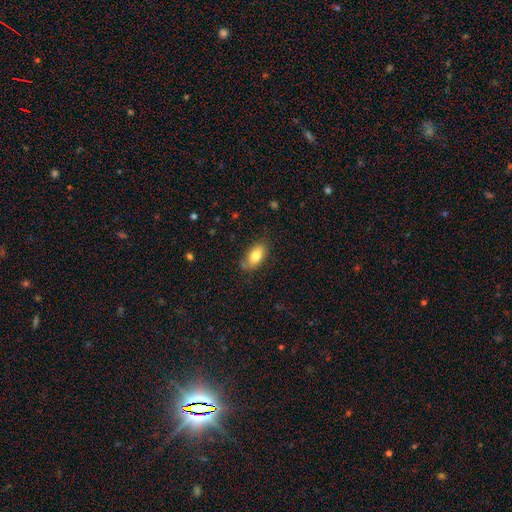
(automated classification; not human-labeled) Smooth or featured? smooth (80%)
How rounded? in between (90%)
Merging? none (77%)